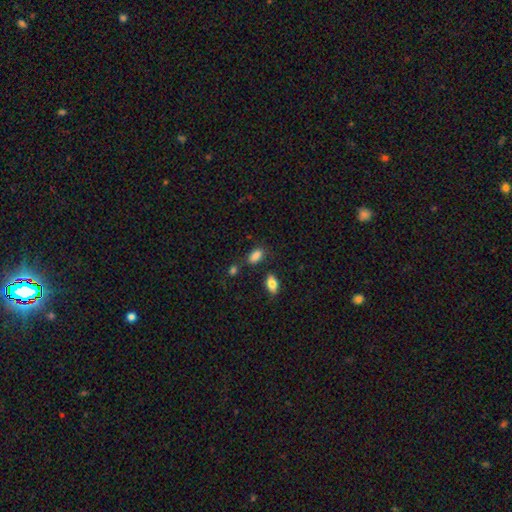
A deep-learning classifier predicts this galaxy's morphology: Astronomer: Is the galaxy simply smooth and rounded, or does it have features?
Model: smooth — 86%.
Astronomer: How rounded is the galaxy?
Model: in between — 90%.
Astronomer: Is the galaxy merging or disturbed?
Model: none — 71%.